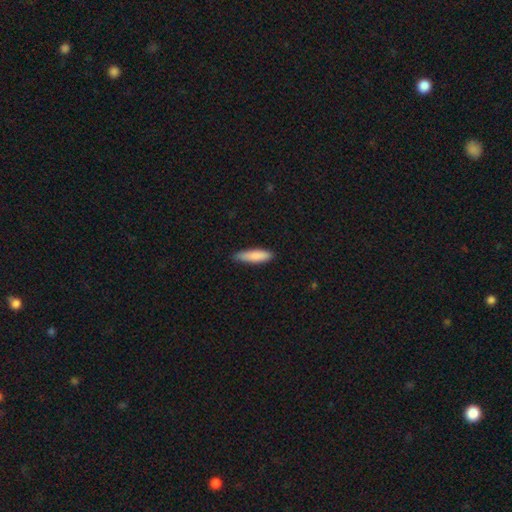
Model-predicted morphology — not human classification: Smooth or featured? smooth (86%)
How rounded? cigar-shaped (67%)
Merging? none (78%)